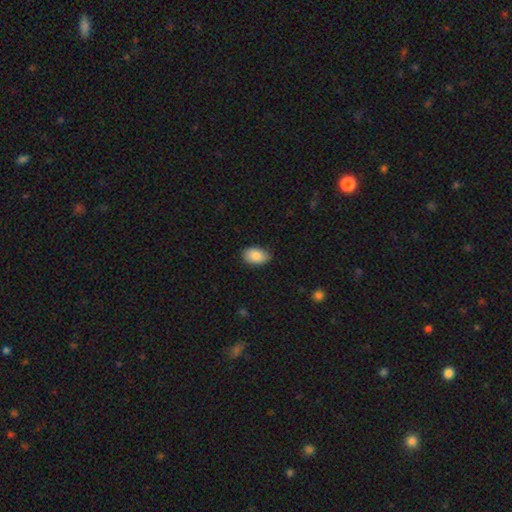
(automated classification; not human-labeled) The model was most divided on "merging": none: 77%, minor disturbance: 19%, major disturbance: 3%, merger: 1%. More confident: how rounded — in between (89%); smooth or featured — smooth (87%).